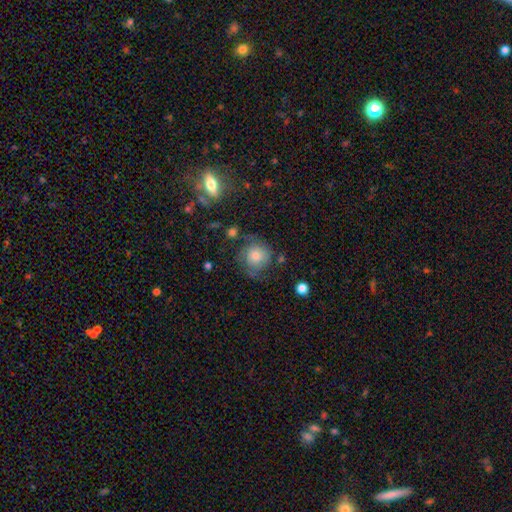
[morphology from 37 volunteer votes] A smooth galaxy with no disk features (54%) that is in between round and cigar-shaped (50%).

Vote fractions:
- Smooth or featured? smooth: 54% / featured or disk: 41% / star or artifact: 5%
- How rounded? in between: 50% / round: 45% / cigar-shaped: 5%
- Merging? none: 54% / minor disturbance: 26% / major disturbance: 14% / merger: 6%